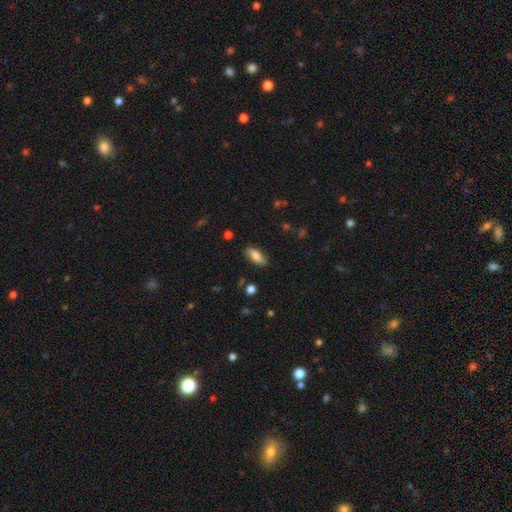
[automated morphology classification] This is likely a smooth galaxy (77%). How rounded: likely in between (80%). Merging: clearly none (82%).